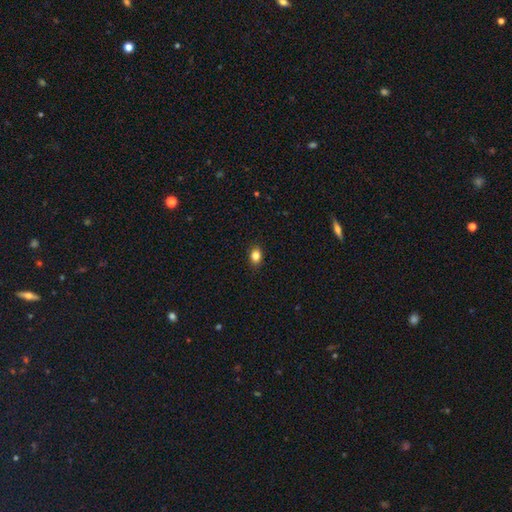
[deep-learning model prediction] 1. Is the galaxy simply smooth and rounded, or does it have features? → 84% smooth, 10% star or artifact, 6% featured or disk.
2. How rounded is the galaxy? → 65% in between, 33% round, 1% cigar-shaped.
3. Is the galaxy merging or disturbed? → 89% none, 8% minor disturbance, 2% major disturbance, 1% merger.